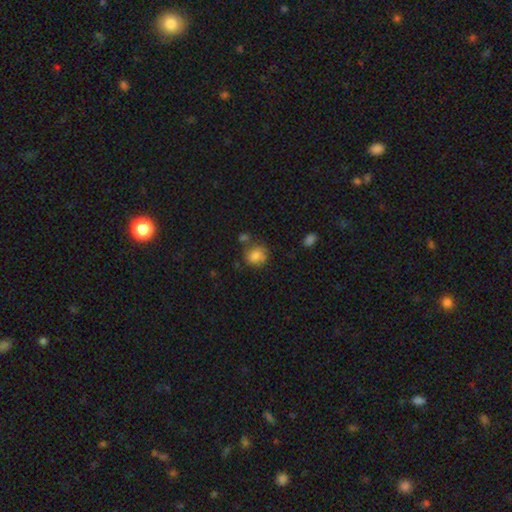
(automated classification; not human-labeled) This appears to be a smooth galaxy with no disk features (81%) that is round (73%). Merging: none (63%).